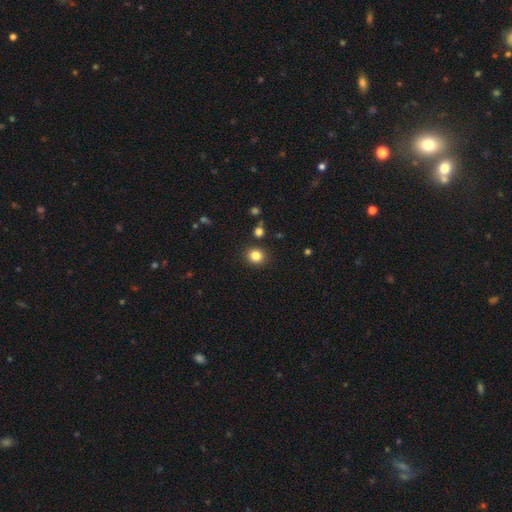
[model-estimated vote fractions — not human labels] A smooth galaxy with no disk features (82%) that is round (83%). Merging: none (89%).